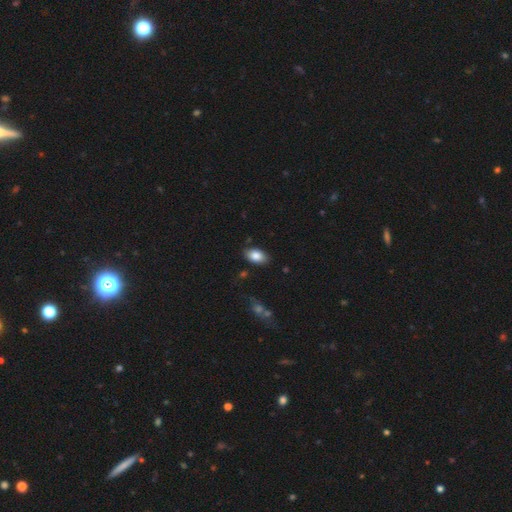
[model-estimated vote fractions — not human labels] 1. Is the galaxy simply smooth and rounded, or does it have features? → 85% smooth, 8% featured or disk, 7% star or artifact.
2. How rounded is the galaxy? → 92% in between, 6% round, 2% cigar-shaped.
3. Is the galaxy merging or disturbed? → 83% none, 13% minor disturbance, 3% major disturbance, 2% merger.